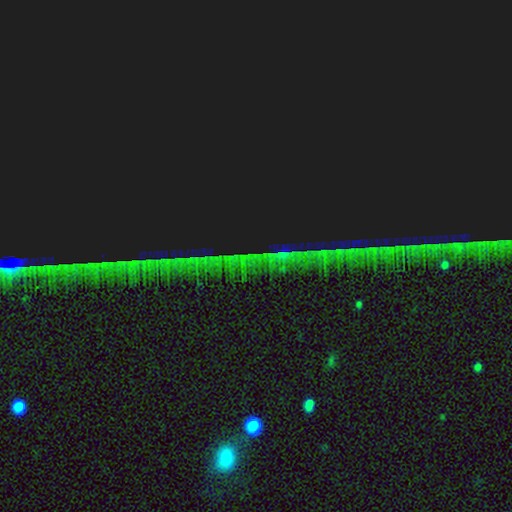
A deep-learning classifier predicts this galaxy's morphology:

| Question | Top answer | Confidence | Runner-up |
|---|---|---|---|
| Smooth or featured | star or artifact | 85% | featured or disk (8%) |